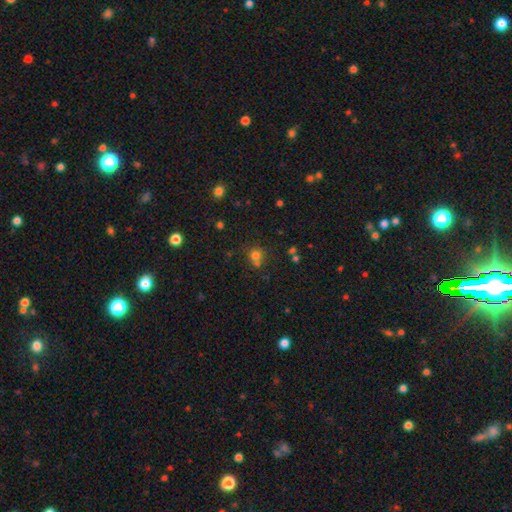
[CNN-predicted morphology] Smooth or featured: smooth — 70% (star or artifact — 20%)
How rounded: round — 84% (in between — 15%)
Merging: none — 55% (merger — 30%)